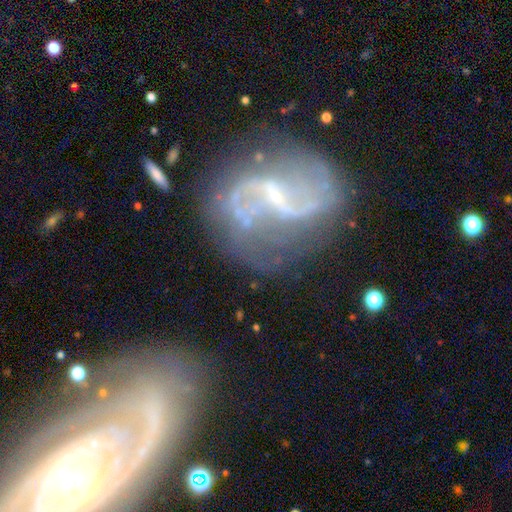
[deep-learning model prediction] Q: Smooth or featured?
A: featured or disk (86%); runner-up: star or artifact (7%)
Q: Edge-on disk?
A: no (97%); runner-up: yes (3%)
Q: Bar?
A: weak (46%); runner-up: strong (34%)
Q: Spiral arms?
A: yes (93%); runner-up: no (7%)
Q: Spiral winding?
A: loose (53%); runner-up: medium (34%)
Q: Spiral arm count?
A: 2 (80%); runner-up: can't tell (8%)
Q: Bulge size?
A: small (60%); runner-up: none (23%)
Q: Merging?
A: none (58%); runner-up: minor disturbance (19%)